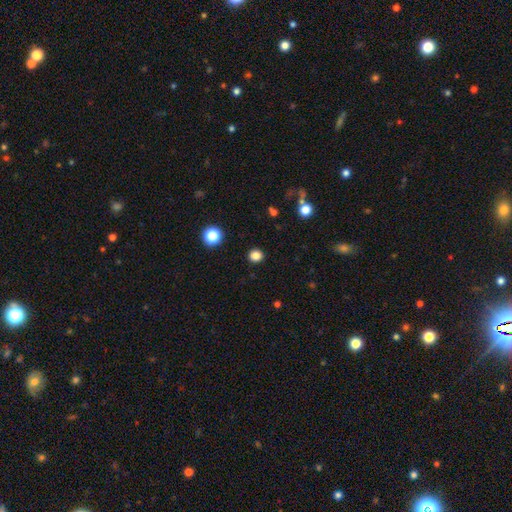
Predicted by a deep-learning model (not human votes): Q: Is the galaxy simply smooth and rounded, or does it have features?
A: smooth — 83%.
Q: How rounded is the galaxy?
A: round — 90%.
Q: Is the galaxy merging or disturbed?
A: none — 92%.